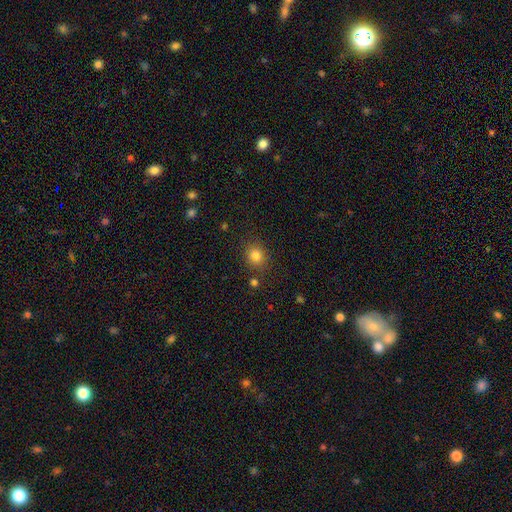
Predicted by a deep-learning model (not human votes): smooth 82%, star or artifact 12%, featured or disk 6%. Down the decision tree: how rounded — round (74%); merging — none (83%).